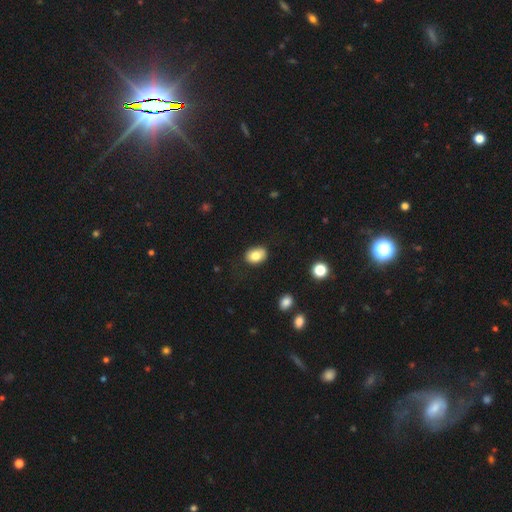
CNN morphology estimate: Smooth or featured? smooth (81%)
How rounded? in between (72%)
Merging? none (82%)